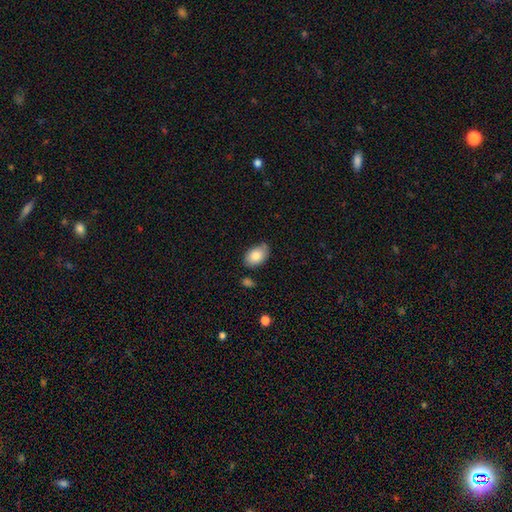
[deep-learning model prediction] This is clearly a smooth galaxy (85%). How rounded: clearly in between (88%). Merging: likely none (70%).